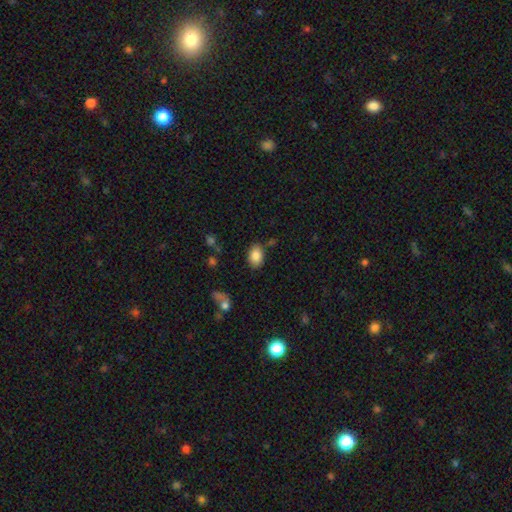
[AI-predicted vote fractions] Smooth or featured? smooth (84%)
How rounded? in between (83%)
Merging? none (80%)